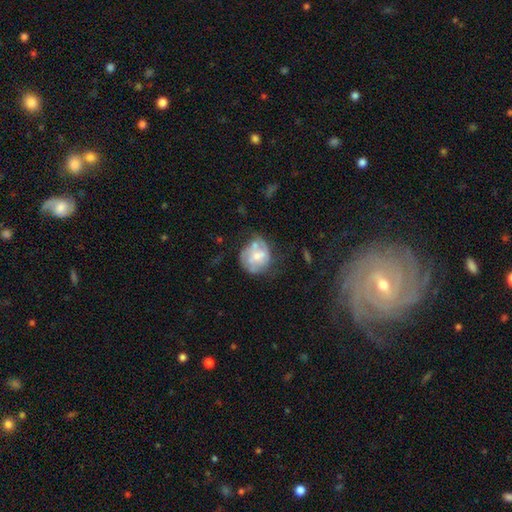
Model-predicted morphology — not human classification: Smooth or featured?
  - featured or disk: 51% *
  - smooth: 41%
  - star or artifact: 8%
Edge-on disk?
  - no: 98% *
  - yes: 2%
Bar?
  - no: 71% *
  - weak: 24%
  - strong: 5%
Spiral arms?
  - no: 60% *
  - yes: 40%
Bulge size?
  - moderate: 42% *
  - small: 33%
  - none: 15%
  - large: 8%
  - dominant: 2%
Merging?
  - none: 38% *
  - minor disturbance: 26%
  - major disturbance: 21%
  - merger: 15%